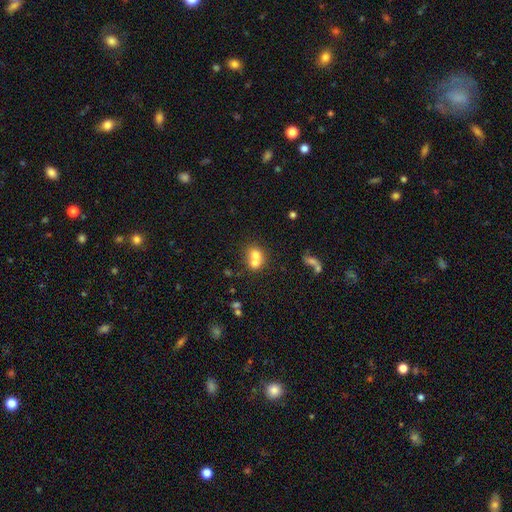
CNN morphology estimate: Q: Smooth or featured?
A: smooth (67%); runner-up: featured or disk (21%)
Q: How rounded?
A: round (67%); runner-up: in between (32%)
Q: Merging?
A: merger (65%); runner-up: none (26%)